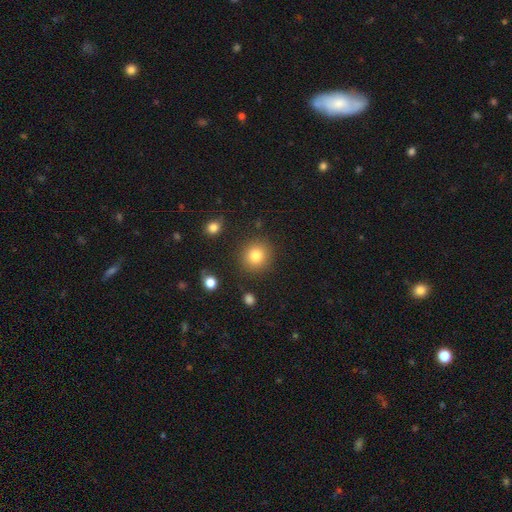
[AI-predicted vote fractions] Smooth or featured? smooth (83%)
How rounded? round (89%)
Merging? none (87%)